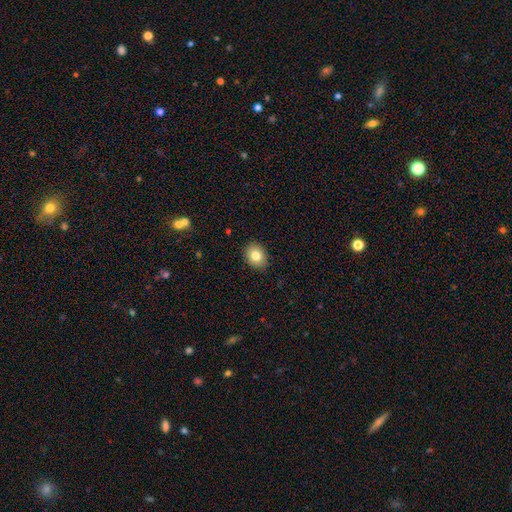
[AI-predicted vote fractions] Overall: smooth (81%). How rounded: round (53%; in between 47%). Merging: none (88%).